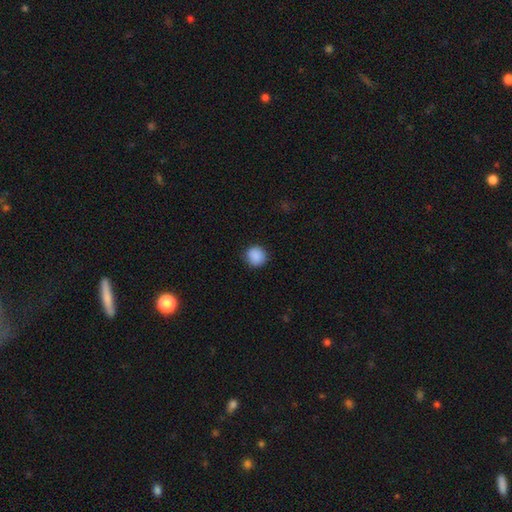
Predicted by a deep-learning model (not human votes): A smooth galaxy with no disk features (89%) that is round (91%).

Vote fractions:
- Smooth or featured? smooth: 89% / star or artifact: 8% / featured or disk: 3%
- How rounded? round: 91% / in between: 8% / cigar-shaped: 1%
- Merging? none: 88% / minor disturbance: 8% / major disturbance: 2% / merger: 1%